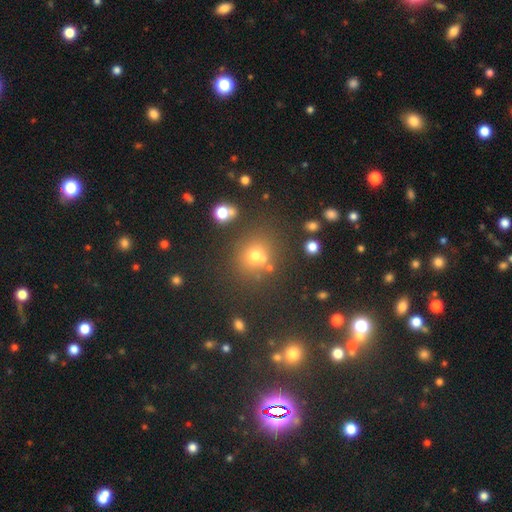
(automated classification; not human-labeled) A smooth galaxy with no disk features (66%) that is round (81%). Merging: none (69%).